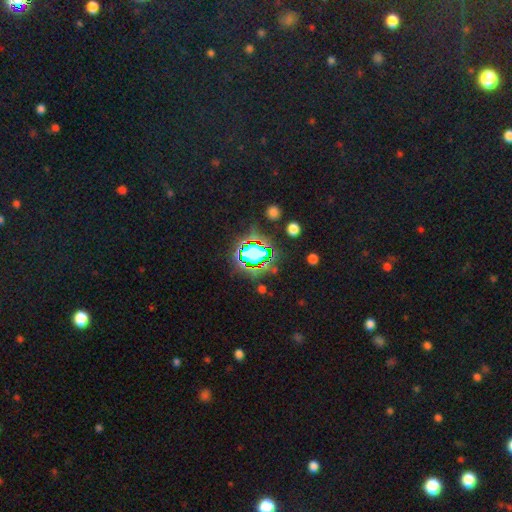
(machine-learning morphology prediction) This appears to be a star or artifact, not a galaxy (55%).